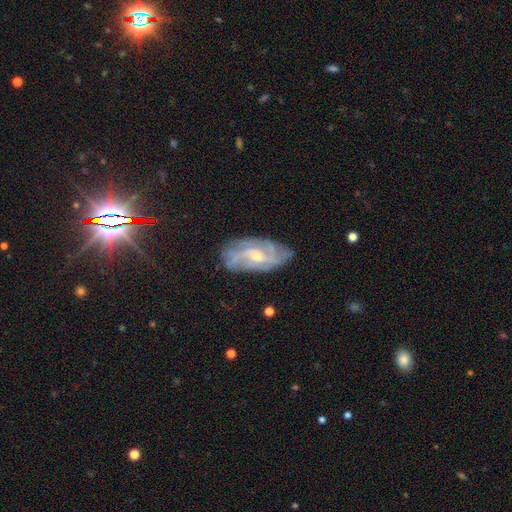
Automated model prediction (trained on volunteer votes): smooth-or-featured: featured or disk: 81% | smooth: 13% | star or artifact: 7%
  disk-edge-on: no: 94% | yes: 6%
    bar: no: 45% | weak: 44% | strong: 11%
    has-spiral-arms: yes: 90% | no: 10%
      spiral-winding: tight: 41% | medium: 40% | loose: 18%
      spiral-arm-count: can't tell: 37% | 2: 25% | 3: 18% | 4: 11% | more than 4: 5% | 1: 5%
    bulge-size: small: 59% | moderate: 38% | none: 1% | large: 1% | dominant: 1%
  merging: none: 71% | minor disturbance: 20% | major disturbance: 6% | merger: 2%